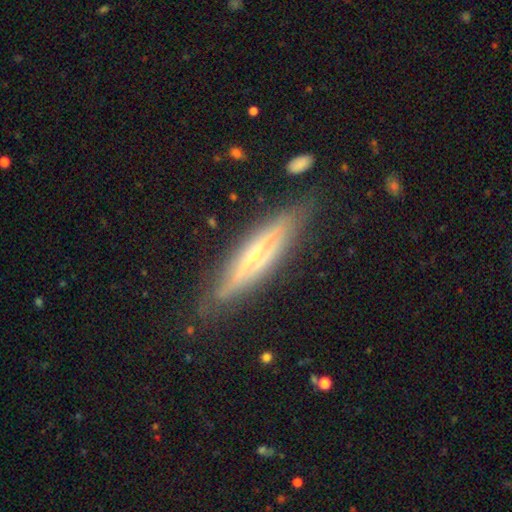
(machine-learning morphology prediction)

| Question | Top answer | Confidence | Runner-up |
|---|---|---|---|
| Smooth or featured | featured or disk | 77% | smooth (17%) |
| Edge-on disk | yes | 91% | no (9%) |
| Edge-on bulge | rounded | 73% | none (21%) |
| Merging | none | 80% | minor disturbance (14%) |